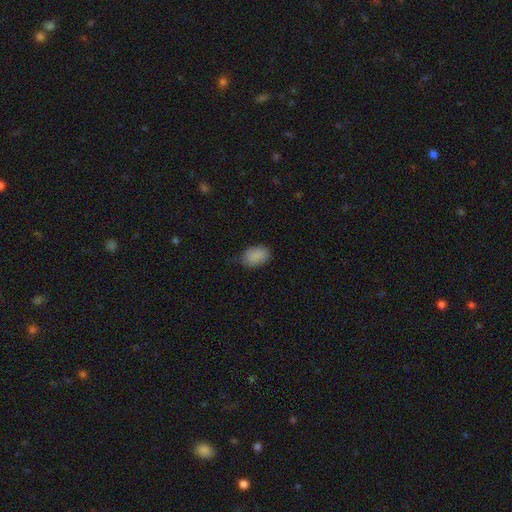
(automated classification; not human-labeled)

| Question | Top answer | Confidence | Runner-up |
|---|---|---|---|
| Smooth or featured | smooth | 87% | star or artifact (8%) |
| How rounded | in between | 83% | round (16%) |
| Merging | none | 61% | minor disturbance (30%) |